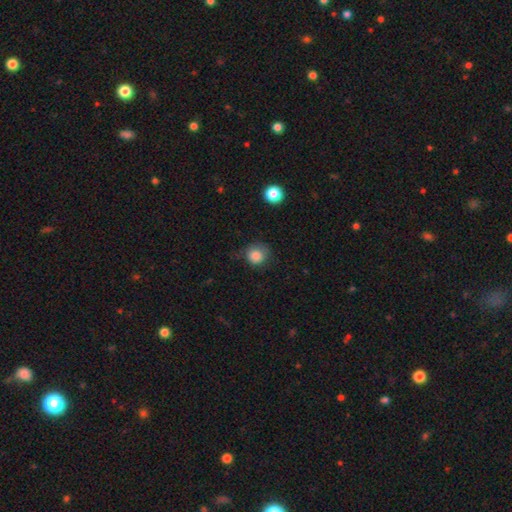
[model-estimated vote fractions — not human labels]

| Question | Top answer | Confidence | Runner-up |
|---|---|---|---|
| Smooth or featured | smooth | 85% | star or artifact (10%) |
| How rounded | round | 87% | in between (12%) |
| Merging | none | 66% | minor disturbance (24%) |